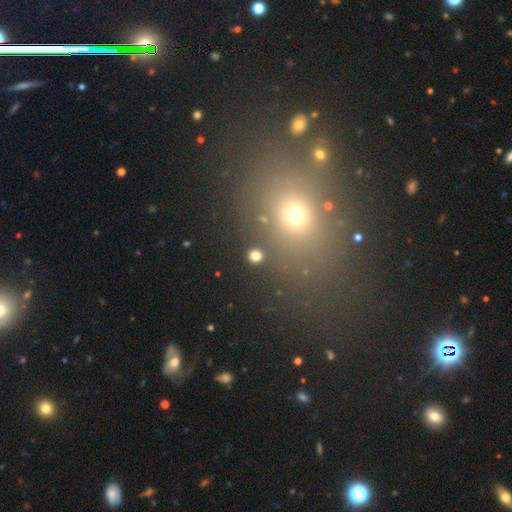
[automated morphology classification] This appears to be a smooth galaxy with no disk features (76%) that is round (81%). Merging: none (88%).